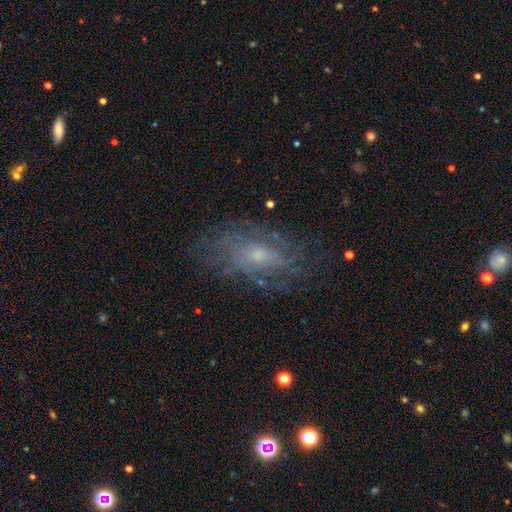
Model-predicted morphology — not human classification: featured or disk 58%, smooth 26%, star or artifact 16%. Down the decision tree: edge-on disk — no (90%); bar — no (69%); spiral arms — yes (69%); bulge size — small (60%); merging — none (71%).